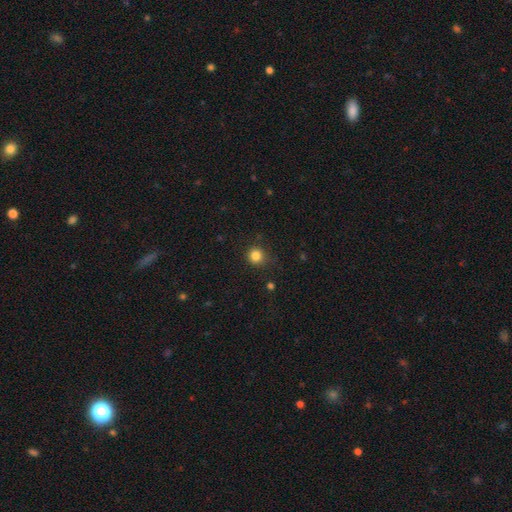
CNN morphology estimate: This is clearly a smooth galaxy (84%). How rounded: clearly round (93%). Merging: clearly none (85%).